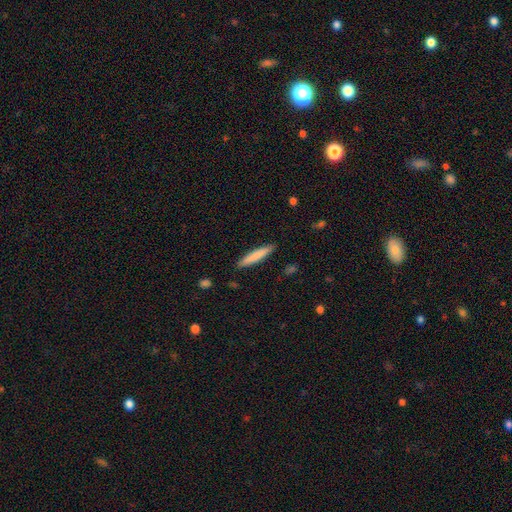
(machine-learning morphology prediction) Smooth or featured: smooth — 76% (featured or disk — 18%)
How rounded: cigar-shaped — 92% (in between — 7%)
Merging: none — 90% (minor disturbance — 7%)